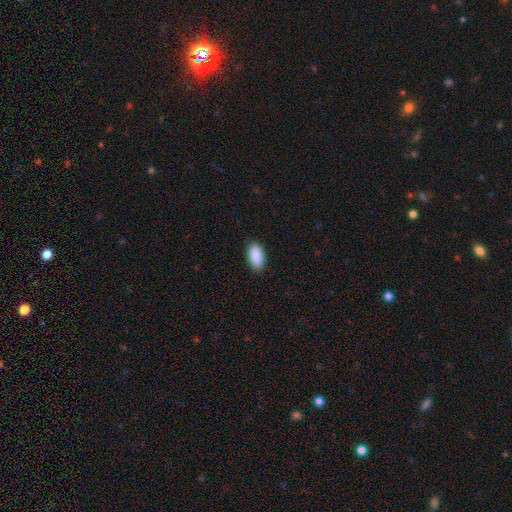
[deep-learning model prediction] Morphology: type=smooth (91%); roundness=in between (94%); merging=none (88%).